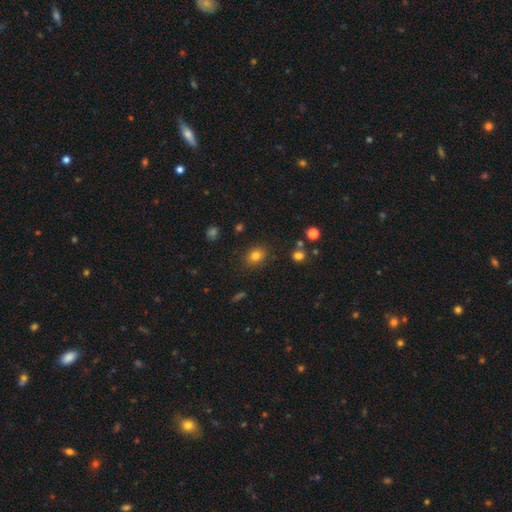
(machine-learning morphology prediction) Smooth or featured? Predicted: smooth (p=0.80). How rounded? Predicted: round (p=0.53). Merging? Predicted: none (p=0.85).